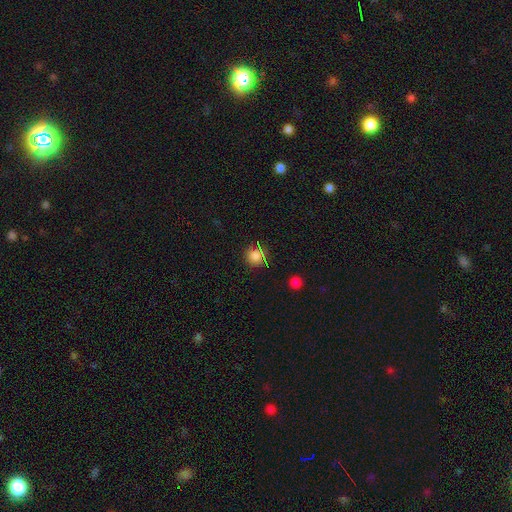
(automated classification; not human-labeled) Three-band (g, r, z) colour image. It shows a smooth galaxy with no disk features (76%) that is round (93%). Merging: none (86%).